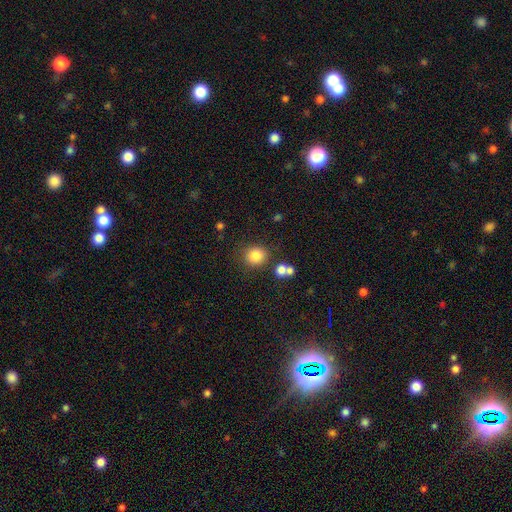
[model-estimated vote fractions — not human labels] A smooth galaxy with no disk features (83%) that is round (85%).

Vote fractions:
- Smooth or featured? smooth: 83% / star or artifact: 11% / featured or disk: 6%
- How rounded? round: 85% / in between: 14% / cigar-shaped: 1%
- Merging? none: 79% / minor disturbance: 9% / merger: 8% / major disturbance: 4%